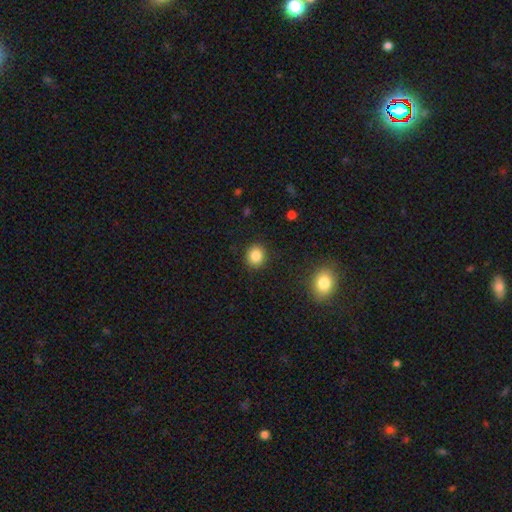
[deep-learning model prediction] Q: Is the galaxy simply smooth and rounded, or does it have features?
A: smooth — 85%.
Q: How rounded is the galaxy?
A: round — 81%.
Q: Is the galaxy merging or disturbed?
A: none — 90%.